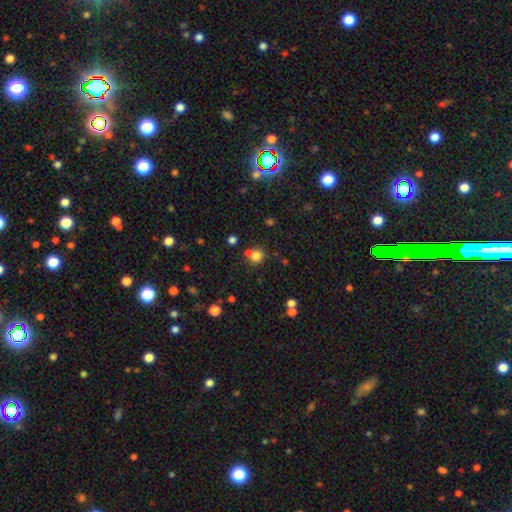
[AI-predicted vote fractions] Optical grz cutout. It shows a smooth galaxy with no disk features (78%) that is round (86%). Merging: none (60%).